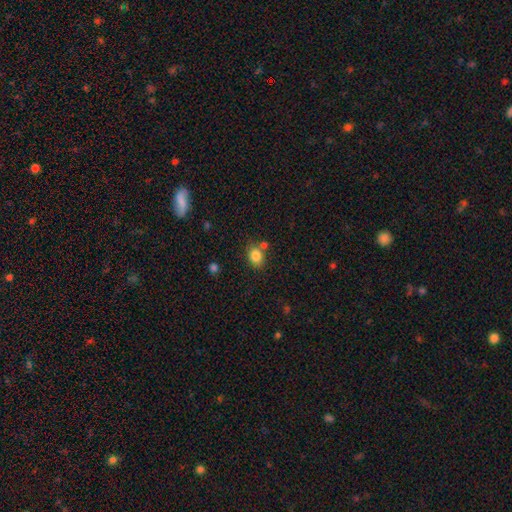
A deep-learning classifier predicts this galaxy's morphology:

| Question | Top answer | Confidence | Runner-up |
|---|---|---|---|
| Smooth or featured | smooth | 84% | star or artifact (10%) |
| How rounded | in between | 56% | round (43%) |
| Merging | none | 69% | merger (14%) |